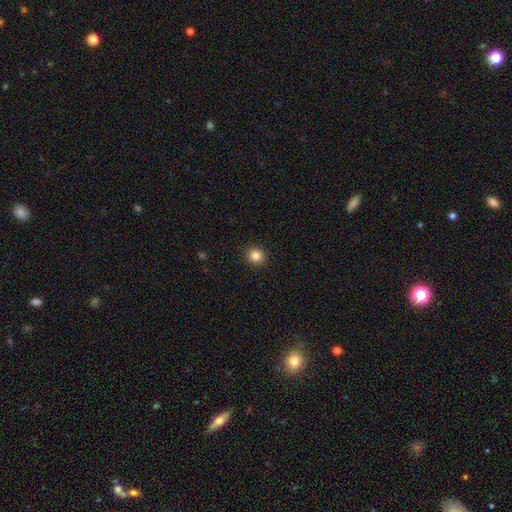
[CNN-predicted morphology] smooth-or-featured: smooth: 85% | star or artifact: 11% | featured or disk: 4%
  how-rounded: round: 88% | in between: 11% | cigar-shaped: 1%
  merging: none: 92% | minor disturbance: 5% | major disturbance: 2% | merger: 1%